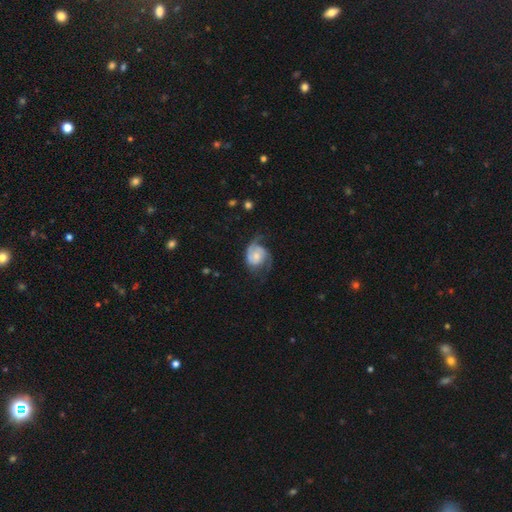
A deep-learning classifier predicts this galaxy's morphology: The model was most divided on "bulge size": small: 48%, moderate: 40%, none: 6%, large: 5%, dominant: 2%. Remaining: edge-on disk — no (98%); spiral arms — yes (93%); smooth or featured — featured or disk (74%); bar — no (71%); spiral arm count — 2 (67%); merging — none (49%); spiral winding — medium (42%).